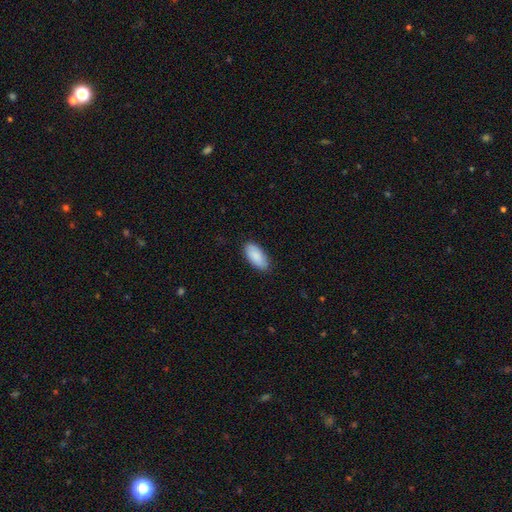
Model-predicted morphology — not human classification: Smooth or featured: smooth — 89% (star or artifact — 5%)
How rounded: in between — 92% (cigar-shaped — 6%)
Merging: none — 86% (minor disturbance — 11%)